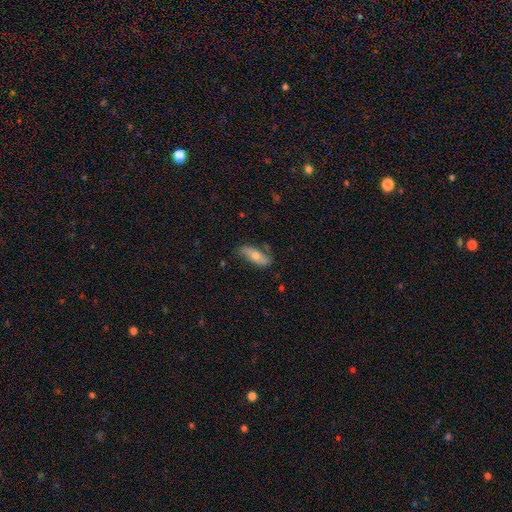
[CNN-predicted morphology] smooth 63%, featured or disk 31%, star or artifact 6%. Down the decision tree: how rounded — in between (67%); merging — none (66%).